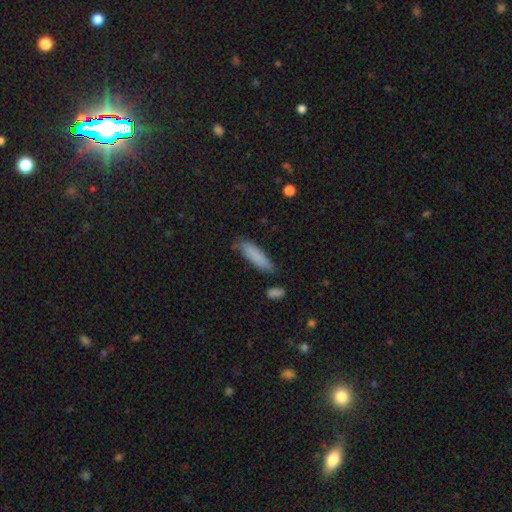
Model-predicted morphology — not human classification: type=smooth (84%); roundness=cigar-shaped (67%); merging=none (74%).